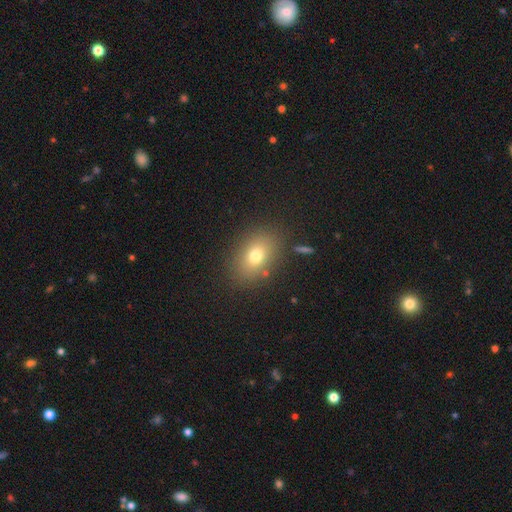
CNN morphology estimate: type=smooth (74%); roundness=in between (74%); merging=none (84%).